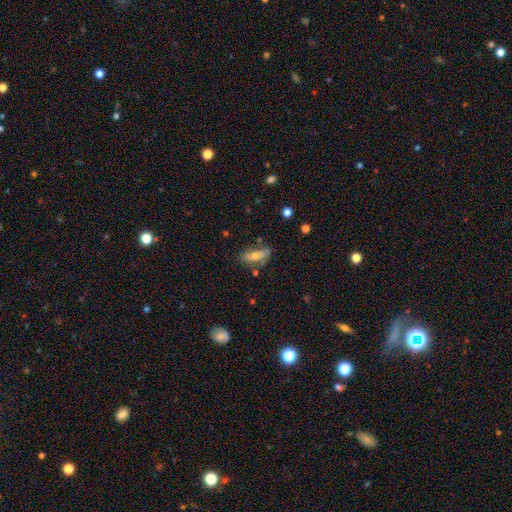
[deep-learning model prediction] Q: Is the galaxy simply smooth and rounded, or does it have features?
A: smooth — 64%.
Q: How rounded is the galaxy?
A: in between — 78%.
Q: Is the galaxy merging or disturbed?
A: none — 60%.